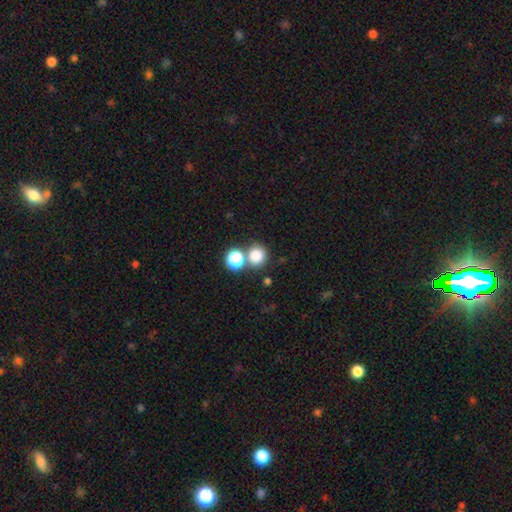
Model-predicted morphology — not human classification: Smooth or featured? Predicted: smooth (p=0.80). How rounded? Predicted: round (p=0.86). Merging? Predicted: none (p=0.61).